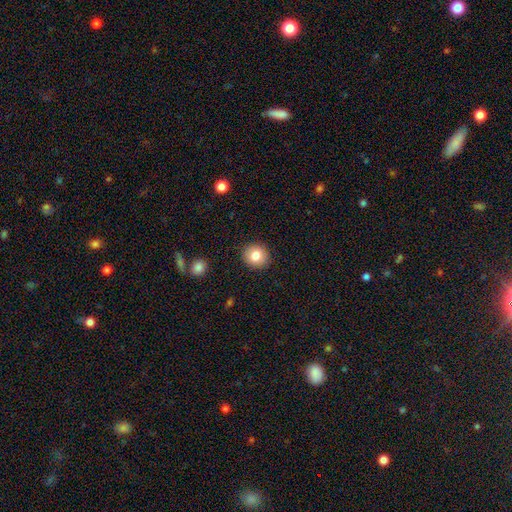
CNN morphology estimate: smooth_or_featured: smooth (p=0.82) [alt: star or artifact p=0.09]
how_rounded: round (p=0.86) [alt: in between p=0.13]
merging: none (p=0.91) [alt: minor disturbance p=0.06]